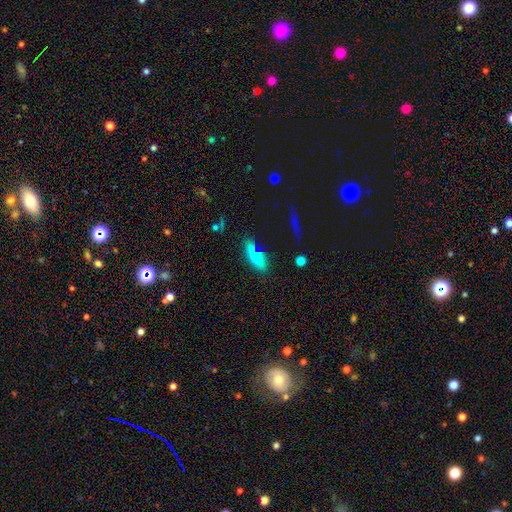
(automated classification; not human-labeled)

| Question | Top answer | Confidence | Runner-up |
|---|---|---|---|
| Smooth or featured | smooth | 61% | featured or disk (30%) |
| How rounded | cigar-shaped | 56% | in between (40%) |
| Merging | none | 66% | minor disturbance (19%) |